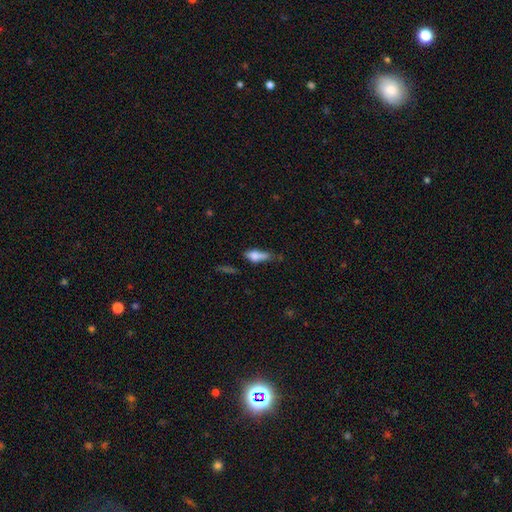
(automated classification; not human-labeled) smooth-or-featured: smooth: 69% | featured or disk: 21% | star or artifact: 9%
  how-rounded: in between: 61% | cigar-shaped: 35% | round: 4%
  merging: none: 38% | minor disturbance: 36% | major disturbance: 19% | merger: 8%